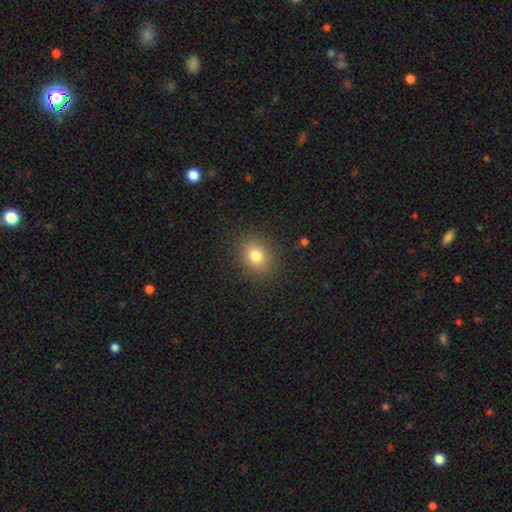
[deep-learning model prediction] Q: Smooth or featured?
A: smooth (79%); runner-up: star or artifact (13%)
Q: How rounded?
A: round (64%); runner-up: in between (35%)
Q: Merging?
A: none (88%); runner-up: minor disturbance (8%)